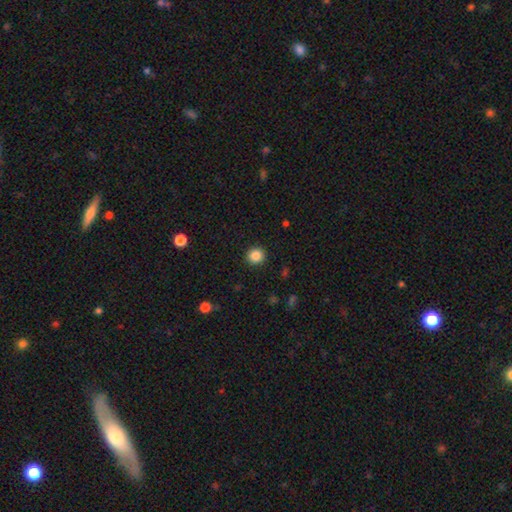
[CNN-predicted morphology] Smooth or featured? smooth (86%)
How rounded? round (92%)
Merging? none (92%)